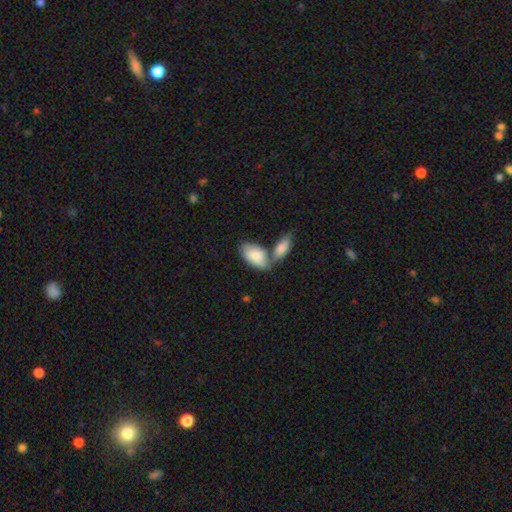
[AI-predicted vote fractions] This appears to be a smooth galaxy with no disk features (82%) that is in between round and cigar-shaped (94%). Merging: merger (48%).